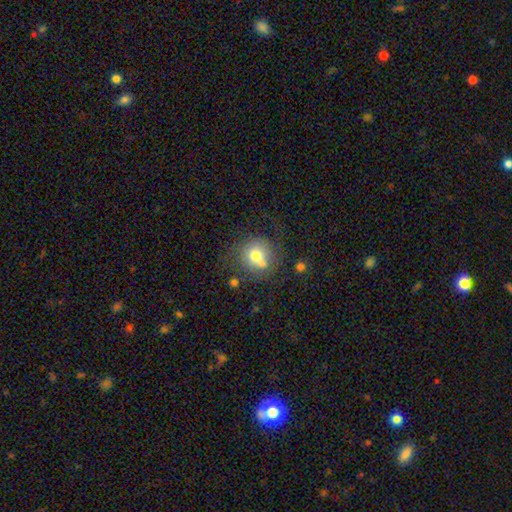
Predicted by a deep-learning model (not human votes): The model was most divided on "merging": none: 54%, merger: 24%, minor disturbance: 15%, major disturbance: 7%. More confident: how rounded — round (88%); smooth or featured — smooth (70%).